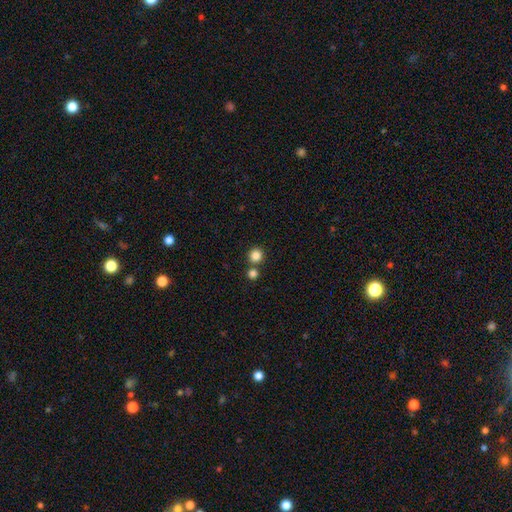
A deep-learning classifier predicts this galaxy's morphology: smooth 84%, star or artifact 12%, featured or disk 4%. Down the decision tree: how rounded — round (94%); merging — none (71%).